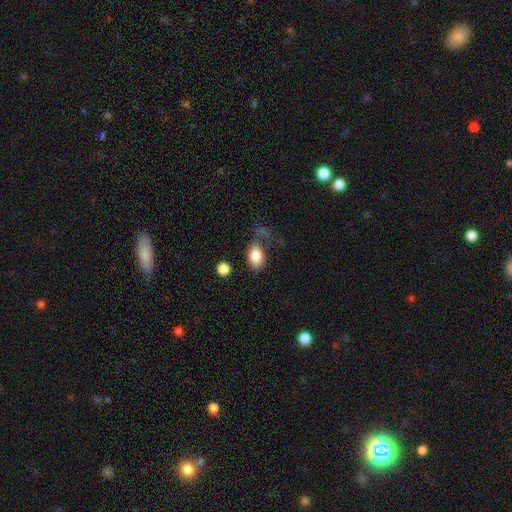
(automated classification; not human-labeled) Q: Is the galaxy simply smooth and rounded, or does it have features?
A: smooth — 84%.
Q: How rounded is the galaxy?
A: in between — 87%.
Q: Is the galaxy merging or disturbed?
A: none — 53%.